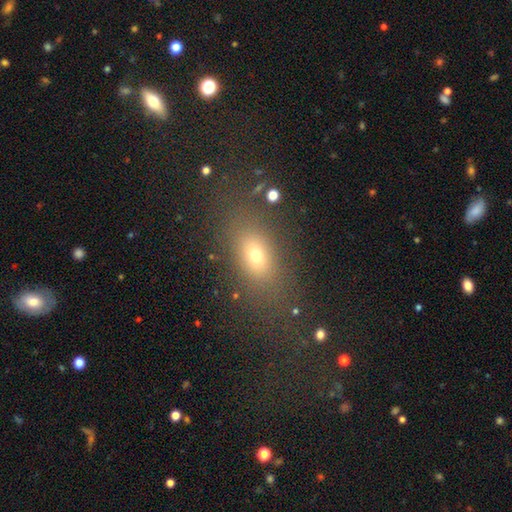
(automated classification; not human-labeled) Overall: smooth (64%). How rounded: in between (72%). Merging: none (75%).